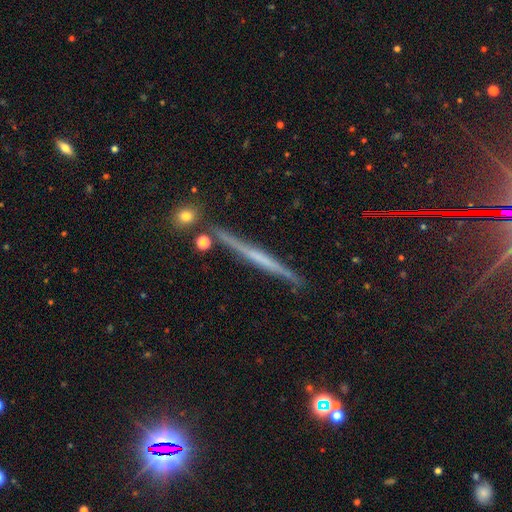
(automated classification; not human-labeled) Smooth or featured? Predicted: featured or disk (p=0.63). Edge-on disk? Predicted: yes (p=0.97). Edge-on bulge? Predicted: none (p=0.74). Merging? Predicted: none (p=0.87).